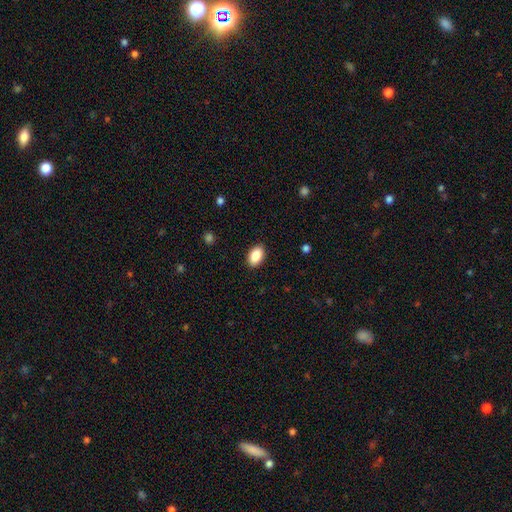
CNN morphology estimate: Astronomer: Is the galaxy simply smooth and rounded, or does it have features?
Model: smooth — 88%.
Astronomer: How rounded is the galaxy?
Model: in between — 92%.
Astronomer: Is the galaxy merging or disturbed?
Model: none — 89%.